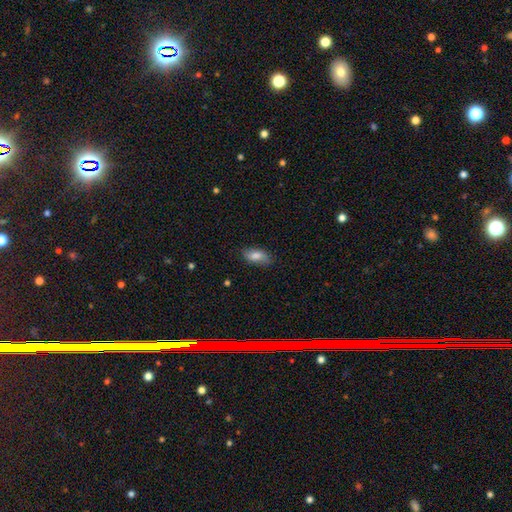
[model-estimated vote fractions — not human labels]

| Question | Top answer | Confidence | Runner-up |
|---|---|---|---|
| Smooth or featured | smooth | 80% | featured or disk (13%) |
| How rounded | in between | 88% | cigar-shaped (9%) |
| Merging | none | 76% | minor disturbance (19%) |